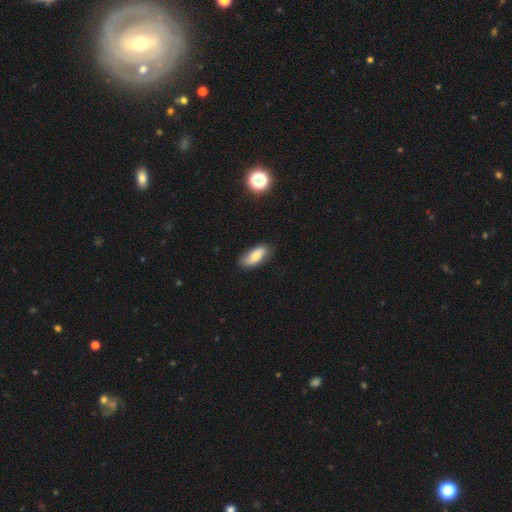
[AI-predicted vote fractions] Smooth or featured? smooth (62%)
How rounded? in between (84%)
Merging? none (77%)